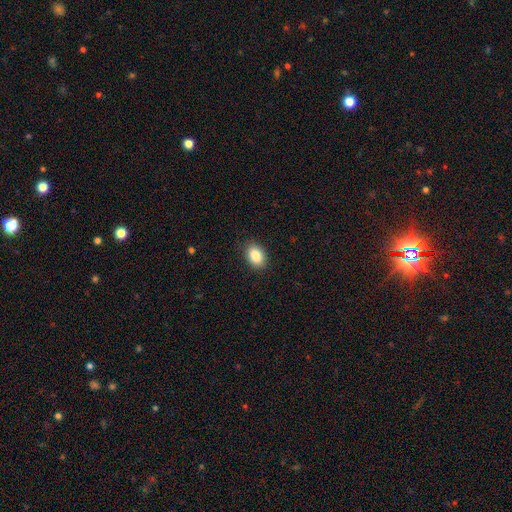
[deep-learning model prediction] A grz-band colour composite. It shows a smooth galaxy with no disk features (86%) that is in between round and cigar-shaped (83%). Merging: none (88%).